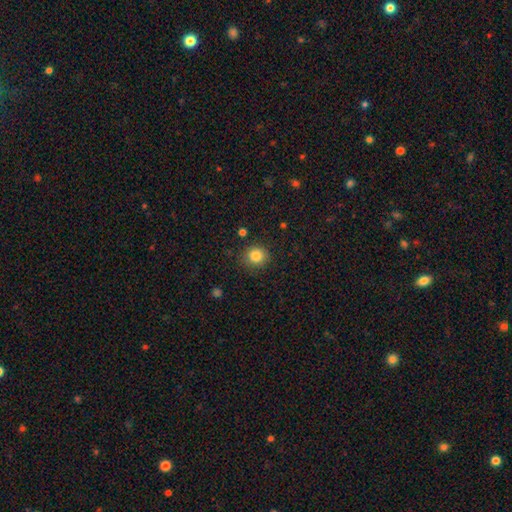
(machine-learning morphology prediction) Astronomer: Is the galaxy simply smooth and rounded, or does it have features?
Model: smooth — 84%.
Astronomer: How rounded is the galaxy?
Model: round — 89%.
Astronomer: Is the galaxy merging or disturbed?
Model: none — 86%.